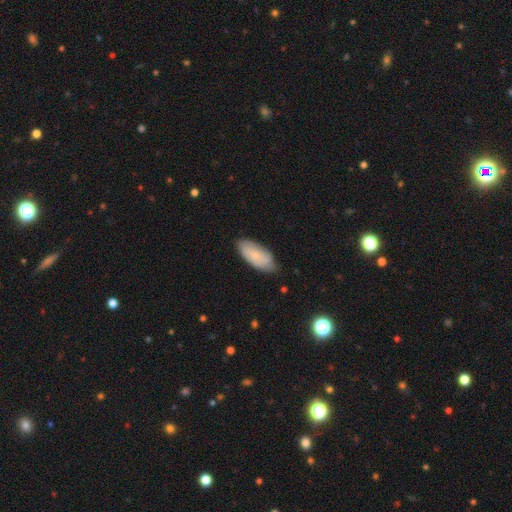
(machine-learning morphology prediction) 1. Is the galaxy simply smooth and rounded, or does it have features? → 68% smooth, 26% featured or disk, 6% star or artifact.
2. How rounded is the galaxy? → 87% in between, 11% cigar-shaped, 2% round.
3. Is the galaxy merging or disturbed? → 76% none, 20% minor disturbance, 3% major disturbance, 1% merger.